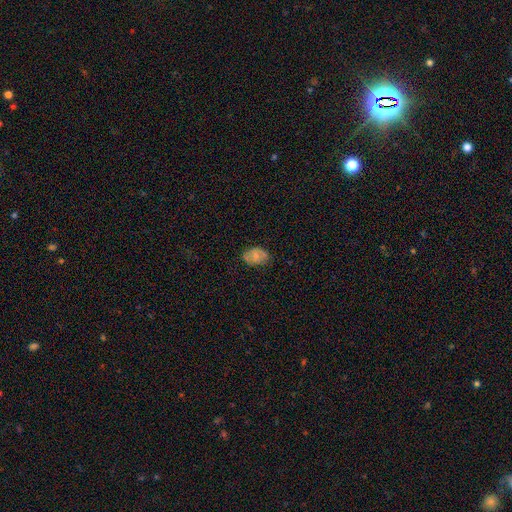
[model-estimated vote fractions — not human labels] Smooth or featured: smooth — 67% (featured or disk — 25%)
How rounded: in between — 81% (round — 18%)
Merging: none — 71% (minor disturbance — 23%)